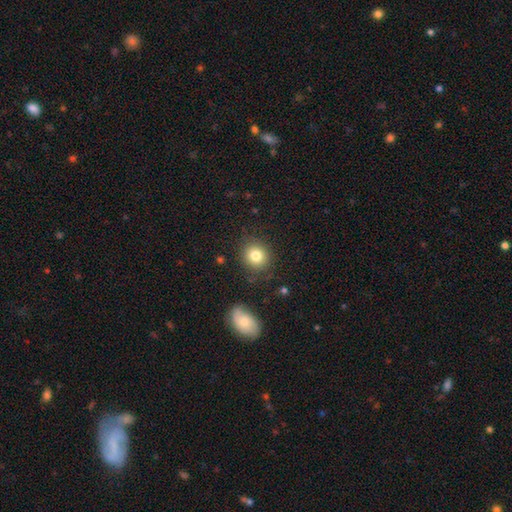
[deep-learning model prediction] smooth-or-featured: smooth: 81% | star or artifact: 10% | featured or disk: 9%
  how-rounded: round: 84% | in between: 15% | cigar-shaped: 1%
  merging: none: 86% | minor disturbance: 9% | major disturbance: 3% | merger: 2%